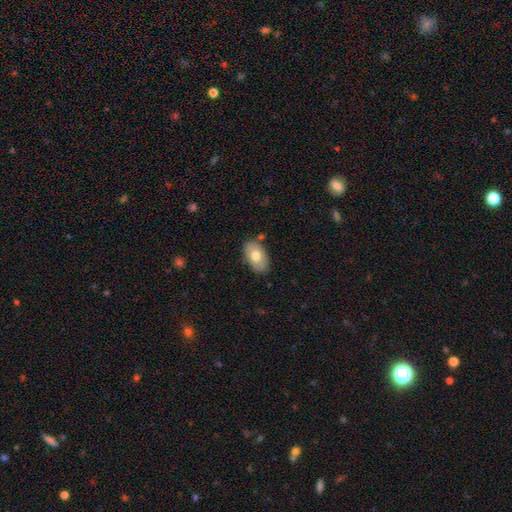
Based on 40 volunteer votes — smooth 80%, featured or disk 15%, star or artifact 5%. Down the decision tree: how rounded — in between (88%); merging — none (68%).